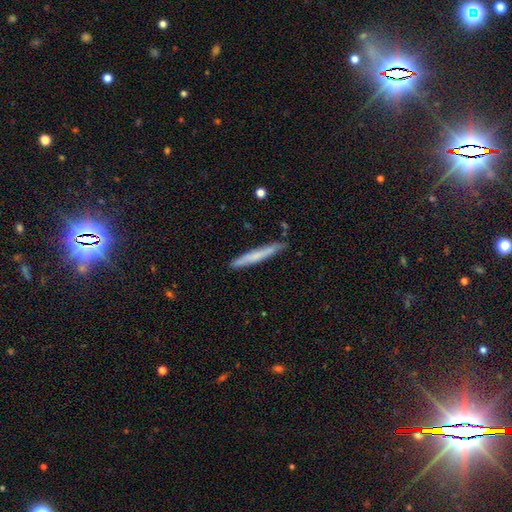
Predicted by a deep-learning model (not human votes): A smooth galaxy with no disk features (60%) that is cigar-shaped (96%). Merging: none (87%).